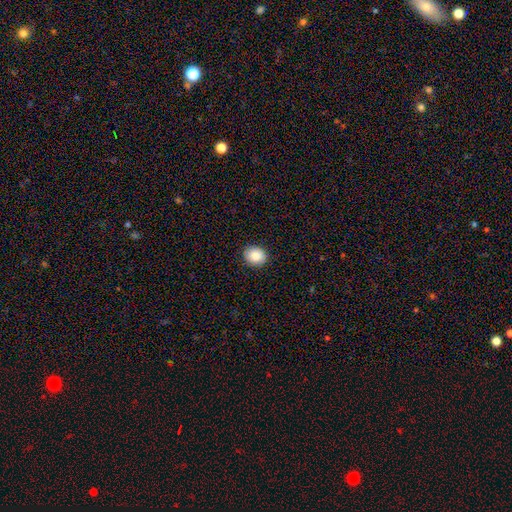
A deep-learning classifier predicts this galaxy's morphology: The model was most divided on "how rounded": round: 64%, in between: 35%, cigar-shaped: 1%. More confident: merging — none (90%); smooth or featured — smooth (88%).